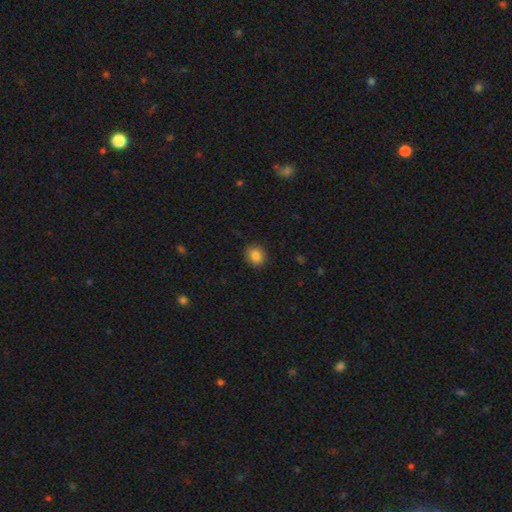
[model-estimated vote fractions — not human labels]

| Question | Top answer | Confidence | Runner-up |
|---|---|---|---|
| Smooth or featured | smooth | 85% | star or artifact (9%) |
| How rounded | round | 69% | in between (30%) |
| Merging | none | 89% | minor disturbance (8%) |